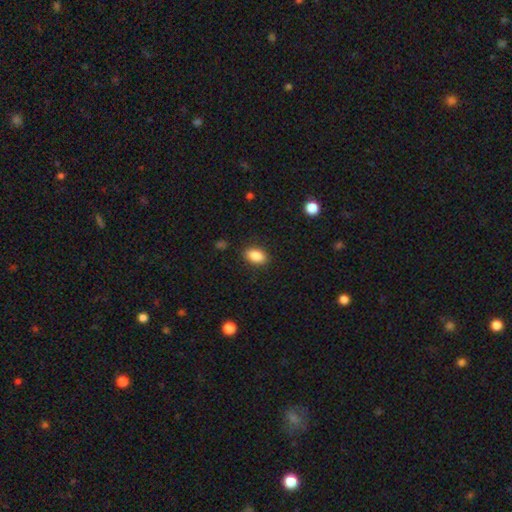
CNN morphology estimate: Smooth or featured? smooth (87%)
How rounded? in between (88%)
Merging? none (88%)